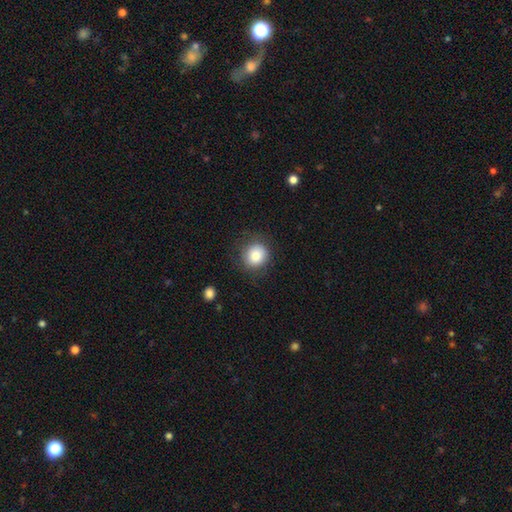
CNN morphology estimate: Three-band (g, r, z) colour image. It shows a smooth galaxy with no disk features (82%) that is round (87%). Merging: none (83%).